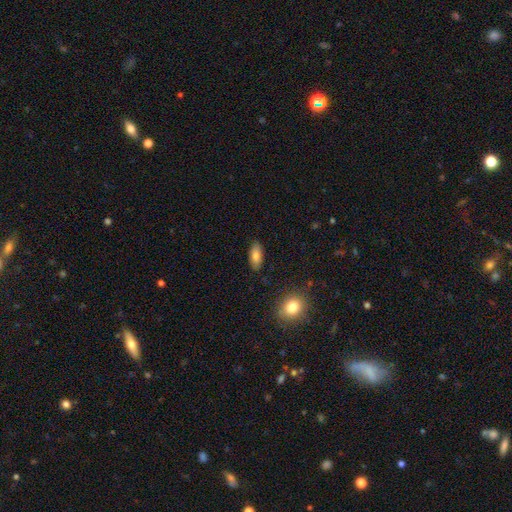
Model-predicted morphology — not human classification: smooth 81%, featured or disk 12%, star or artifact 7%. Down the decision tree: how rounded — in between (86%); merging — none (87%).